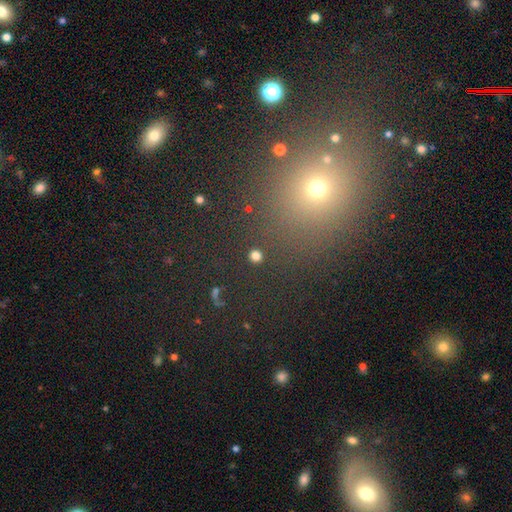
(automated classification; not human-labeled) This is likely a smooth galaxy (80%). How rounded: clearly round (92%). Merging: clearly none (91%).